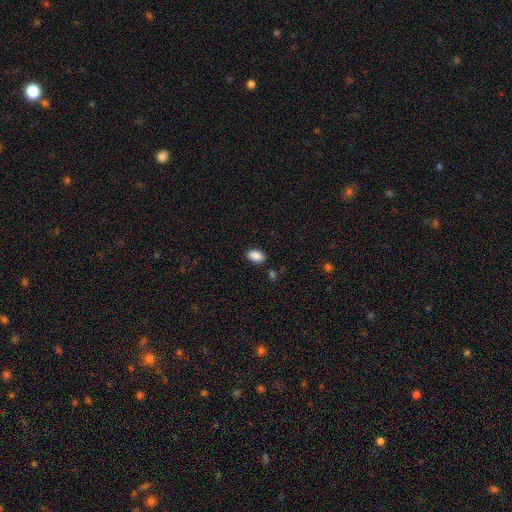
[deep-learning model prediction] Overall: smooth (89%). How rounded: in between (88%). Merging: none (85%).